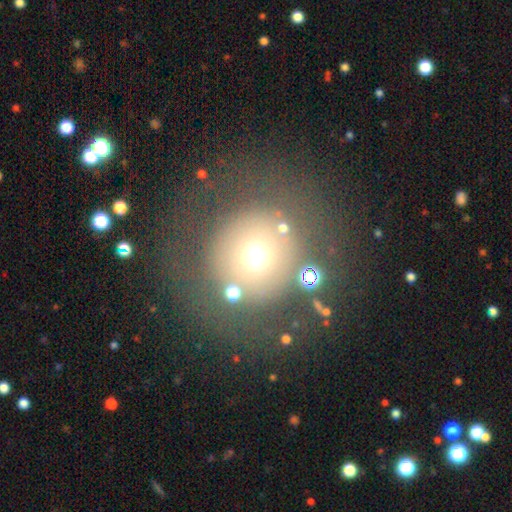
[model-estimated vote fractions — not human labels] Morphology: type=smooth (59%); roundness=round (91%); merging=none (70%).